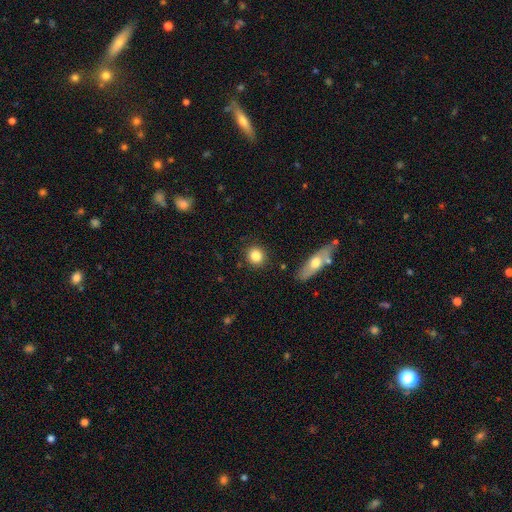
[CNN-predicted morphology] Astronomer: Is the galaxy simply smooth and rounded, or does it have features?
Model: smooth — 84%.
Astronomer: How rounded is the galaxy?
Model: round — 87%.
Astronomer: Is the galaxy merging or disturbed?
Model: none — 88%.